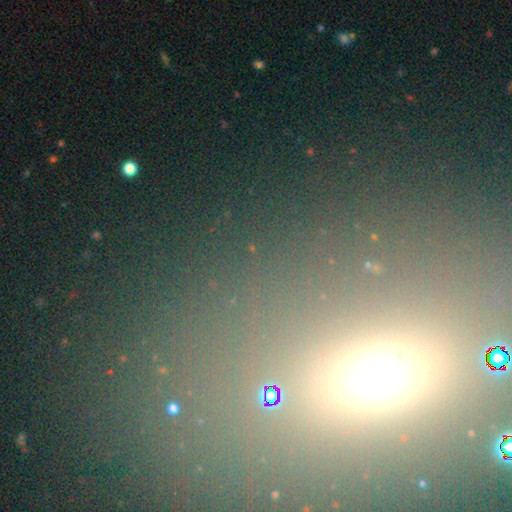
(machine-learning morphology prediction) Smooth or featured: star or artifact — 53% (smooth — 33%)